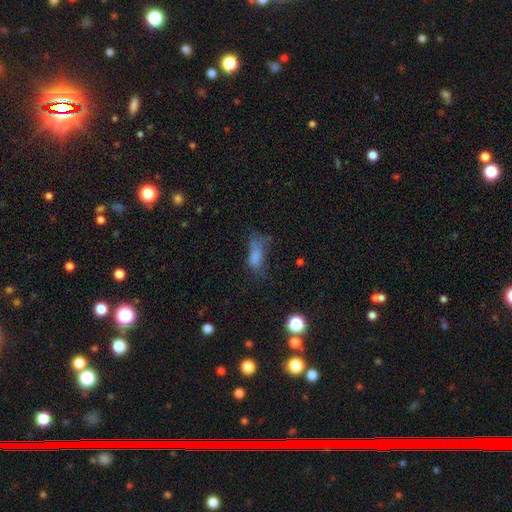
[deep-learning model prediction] Smooth or featured? Predicted: smooth (p=0.67). How rounded? Predicted: in between (p=0.75). Merging? Predicted: major disturbance (p=0.39).